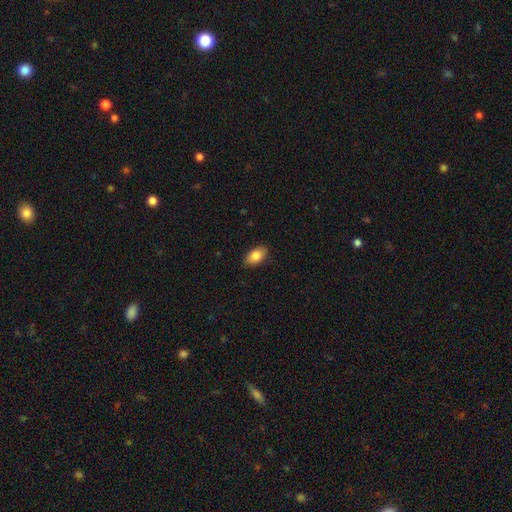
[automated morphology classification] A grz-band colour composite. It shows a smooth galaxy with no disk features (83%) that is in between round and cigar-shaped (91%). Merging: none (87%).